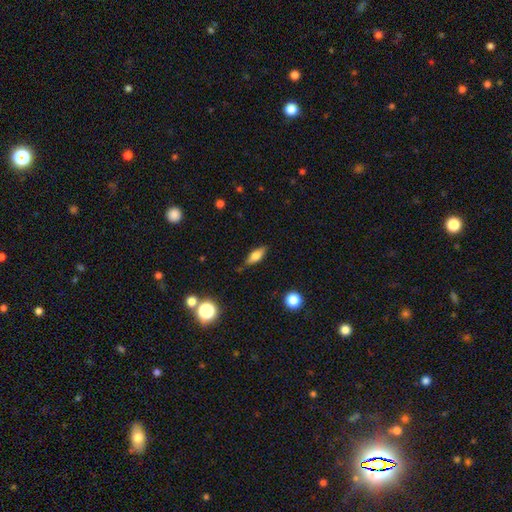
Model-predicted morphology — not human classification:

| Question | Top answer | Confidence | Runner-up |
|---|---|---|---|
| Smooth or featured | smooth | 64% | featured or disk (27%) |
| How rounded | in between | 69% | cigar-shaped (27%) |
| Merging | none | 79% | minor disturbance (16%) |